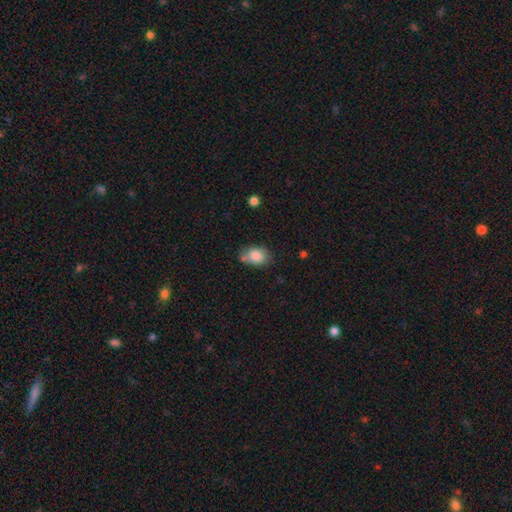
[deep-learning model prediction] Smooth or featured? smooth (83%)
How rounded? in between (73%)
Merging? none (60%)